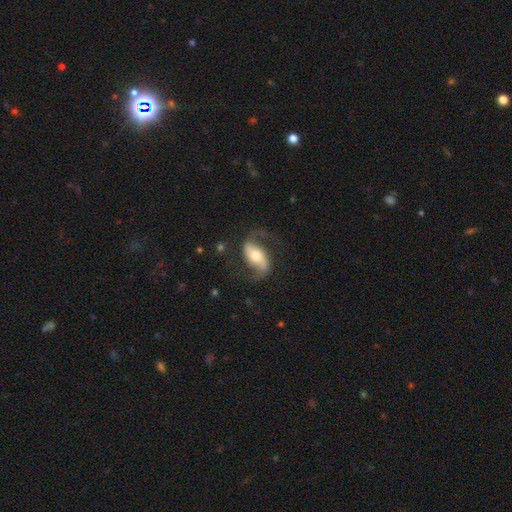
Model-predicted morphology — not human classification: Smooth or featured? Predicted: featured or disk (p=0.81). Edge-on disk? Predicted: no (p=0.94). Bar? Predicted: strong (p=0.40). Spiral arms? Predicted: yes (p=0.93). Spiral winding? Predicted: loose (p=0.61). Spiral arm count? Predicted: 2 (p=0.92). Bulge size? Predicted: moderate (p=0.66). Merging? Predicted: none (p=0.71).